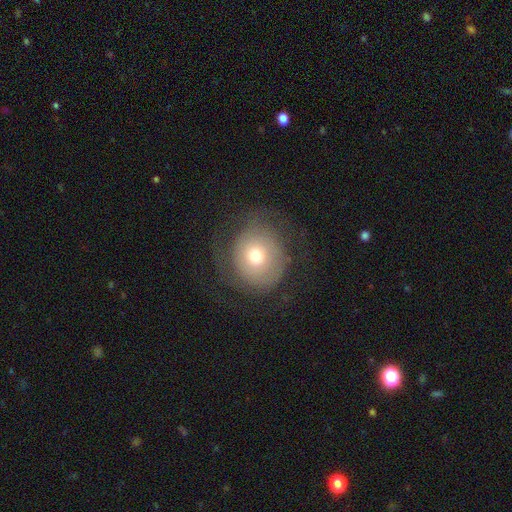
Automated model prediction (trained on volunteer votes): A smooth galaxy with no disk features (52%) that is round (82%).

Vote fractions:
- Smooth or featured? smooth: 52% / featured or disk: 38% / star or artifact: 10%
- How rounded? round: 82% / in between: 17% / cigar-shaped: 1%
- Merging? none: 68% / minor disturbance: 17% / major disturbance: 14% / merger: 1%